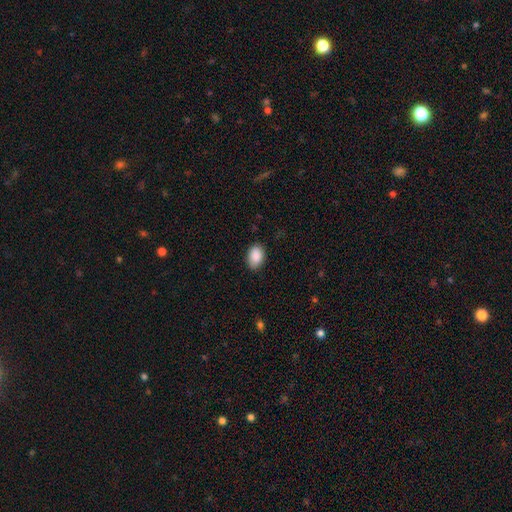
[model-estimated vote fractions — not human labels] Smooth or featured? smooth (90%)
How rounded? in between (86%)
Merging? none (84%)